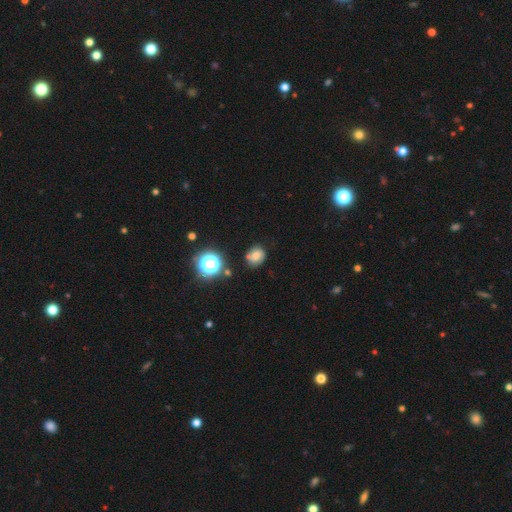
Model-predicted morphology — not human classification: Smooth or featured? smooth (64%)
How rounded? round (66%)
Merging? none (69%)